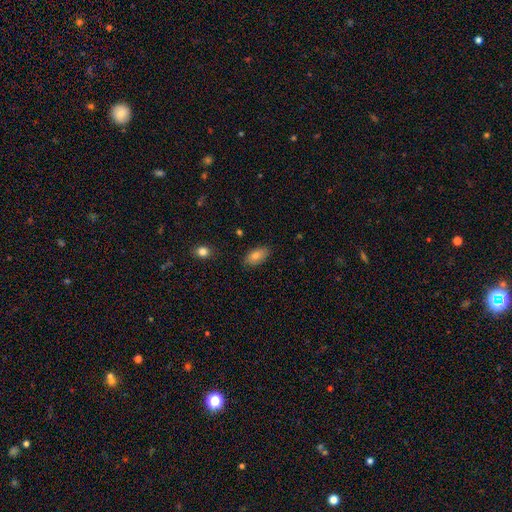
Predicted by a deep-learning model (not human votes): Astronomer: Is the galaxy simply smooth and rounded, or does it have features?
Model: smooth — 80%.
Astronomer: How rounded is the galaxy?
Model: in between — 92%.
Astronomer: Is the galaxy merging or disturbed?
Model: none — 85%.